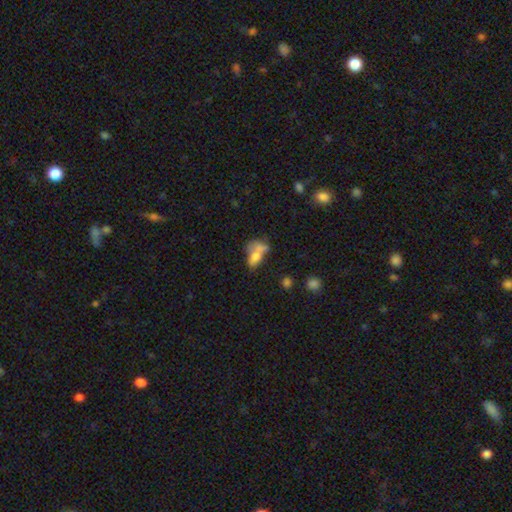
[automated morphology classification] Q: Smooth or featured?
A: smooth (65%); runner-up: featured or disk (23%)
Q: How rounded?
A: in between (78%); runner-up: round (17%)
Q: Merging?
A: merger (55%); runner-up: none (21%)